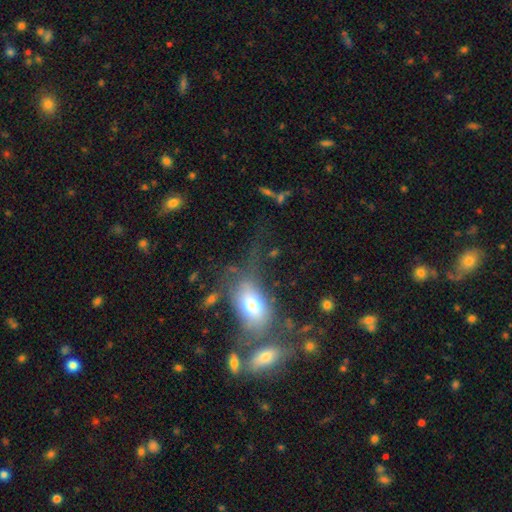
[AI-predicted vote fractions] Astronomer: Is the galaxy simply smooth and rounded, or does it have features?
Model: smooth — 62%.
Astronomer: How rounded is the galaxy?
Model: in between — 82%.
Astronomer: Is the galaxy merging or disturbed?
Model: none — 42% (runner-up: merger, 23%).